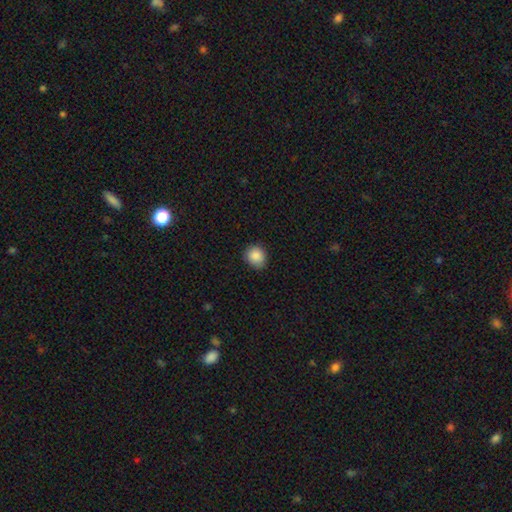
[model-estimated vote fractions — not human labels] A smooth galaxy with no disk features (88%) that is round (78%). Merging: none (82%).